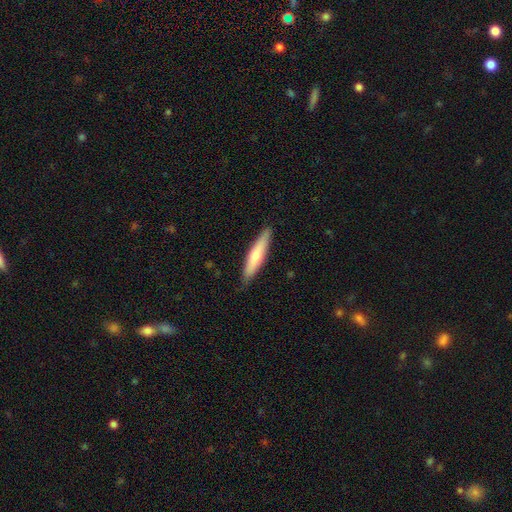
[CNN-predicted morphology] smooth 55%, featured or disk 39%, star or artifact 6%. Down the decision tree: how rounded — cigar-shaped (86%); merging — none (88%).